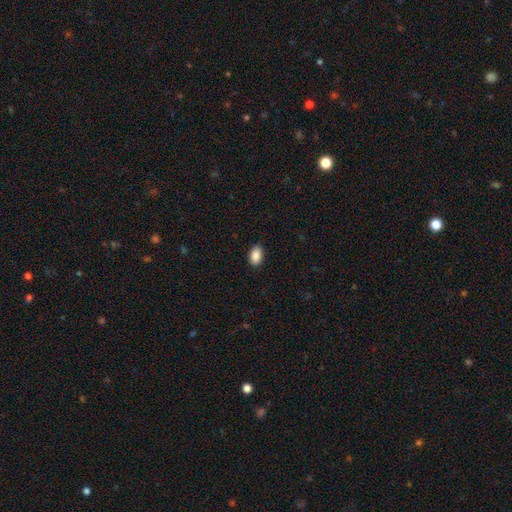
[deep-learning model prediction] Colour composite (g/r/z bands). It shows a smooth galaxy with no disk features (90%) that is in between round and cigar-shaped (89%). Merging: none (88%).